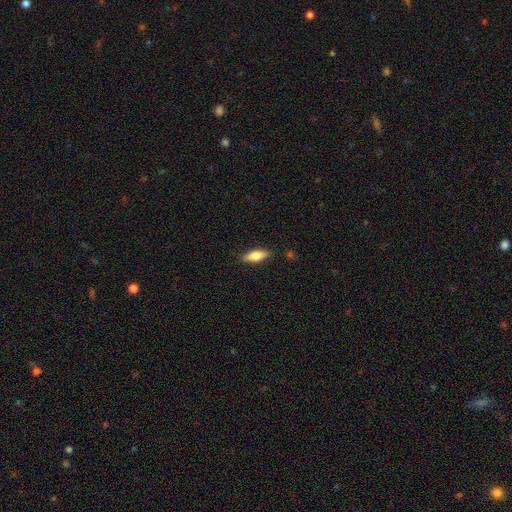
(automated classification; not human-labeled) A smooth galaxy with no disk features (77%) that is in between round and cigar-shaped (65%). Merging: none (85%).